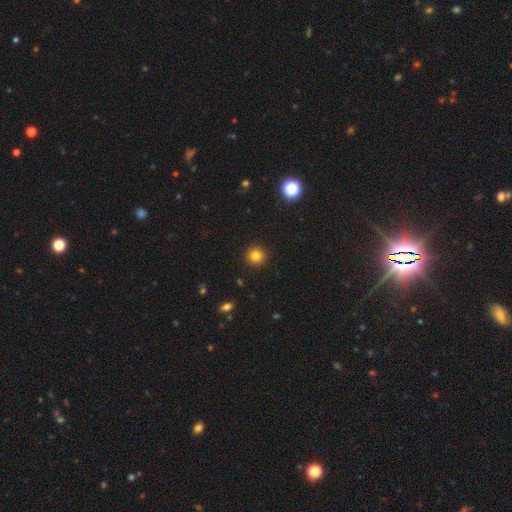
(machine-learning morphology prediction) A smooth galaxy with no disk features (82%) that is round (95%). Merging: none (93%).